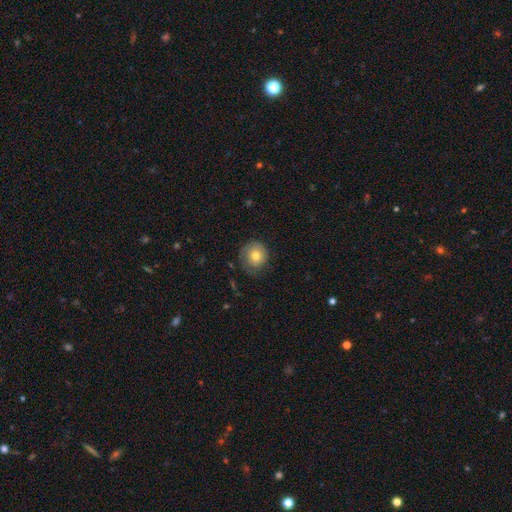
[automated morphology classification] Smooth or featured?
  - smooth: 68% *
  - featured or disk: 24%
  - star or artifact: 8%
How rounded?
  - round: 88% *
  - in between: 11%
  - cigar-shaped: 1%
Merging?
  - none: 68% *
  - minor disturbance: 22%
  - major disturbance: 9%
  - merger: 1%